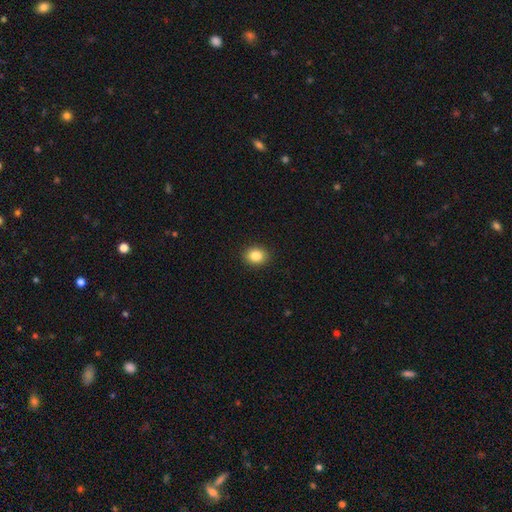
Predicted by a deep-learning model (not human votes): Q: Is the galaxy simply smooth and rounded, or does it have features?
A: smooth — 85%.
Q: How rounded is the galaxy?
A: round — 60%.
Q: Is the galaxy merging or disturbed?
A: none — 91%.